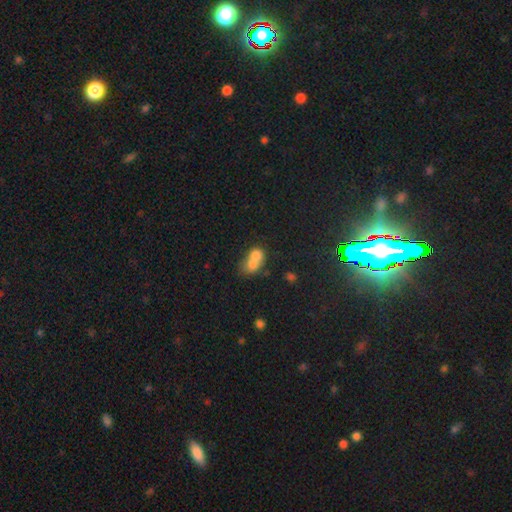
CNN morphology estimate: Overall: smooth (69%). How rounded: in between (52%; round 47%). Merging: merger (74%).